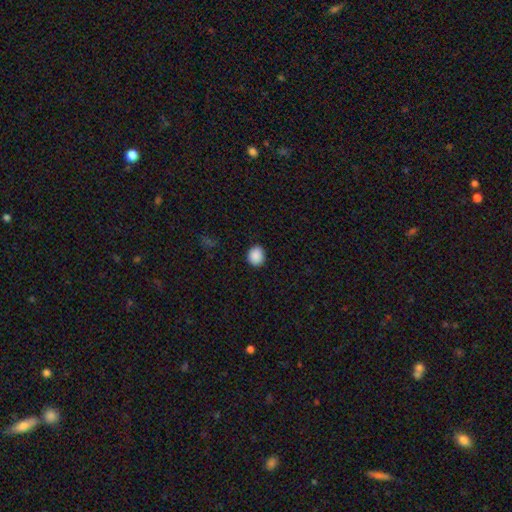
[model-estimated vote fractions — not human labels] Q: Smooth or featured?
A: smooth (89%); runner-up: star or artifact (8%)
Q: How rounded?
A: round (71%); runner-up: in between (28%)
Q: Merging?
A: none (90%); runner-up: minor disturbance (7%)